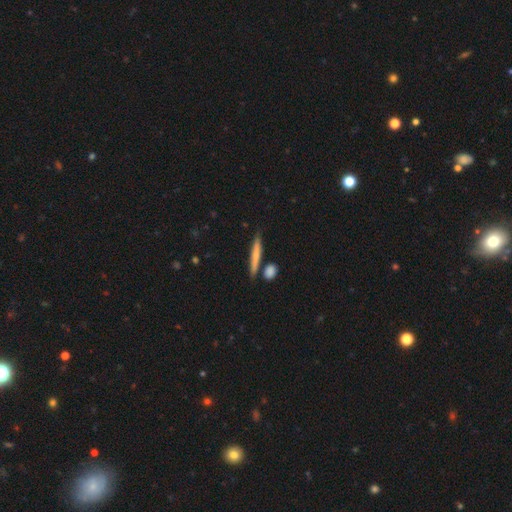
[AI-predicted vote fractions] smooth-or-featured: smooth: 65% | featured or disk: 29% | star or artifact: 6%
  how-rounded: cigar-shaped: 89% | in between: 8% | round: 3%
  merging: none: 77% | minor disturbance: 11% | merger: 9% | major disturbance: 3%